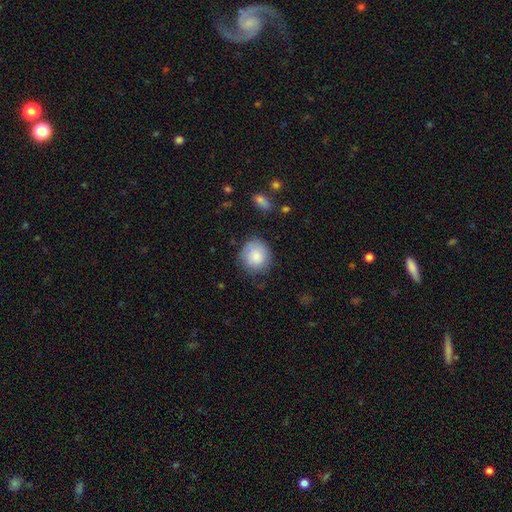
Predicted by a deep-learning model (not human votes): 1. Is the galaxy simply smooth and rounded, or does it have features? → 83% smooth, 10% featured or disk, 7% star or artifact.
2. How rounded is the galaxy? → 85% round, 14% in between, 1% cigar-shaped.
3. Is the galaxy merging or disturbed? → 71% none, 20% minor disturbance, 6% major disturbance, 2% merger.